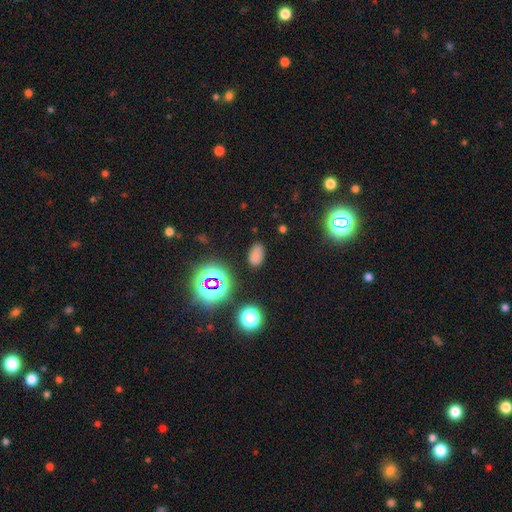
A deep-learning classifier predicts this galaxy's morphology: Q: Smooth or featured?
A: smooth (68%); runner-up: star or artifact (26%)
Q: How rounded?
A: in between (90%); runner-up: round (9%)
Q: Merging?
A: none (81%); runner-up: minor disturbance (13%)